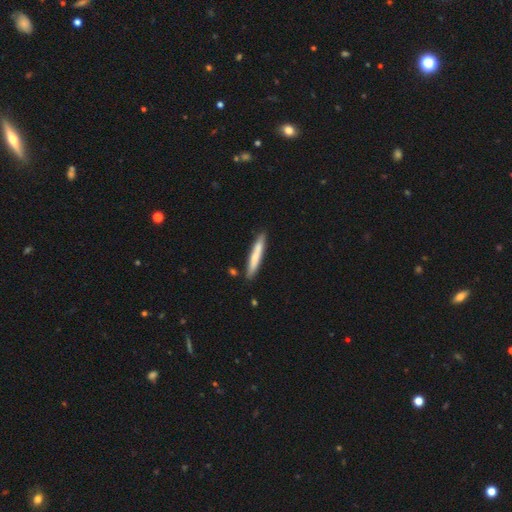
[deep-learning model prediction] Overall: smooth (69%). How rounded: cigar-shaped (94%). Merging: none (85%).